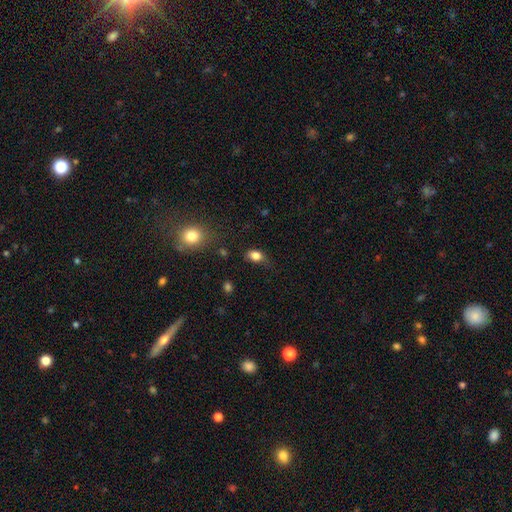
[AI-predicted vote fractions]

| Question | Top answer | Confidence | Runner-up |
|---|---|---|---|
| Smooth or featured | smooth | 82% | star or artifact (10%) |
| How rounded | in between | 71% | round (27%) |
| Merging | none | 54% | minor disturbance (31%) |